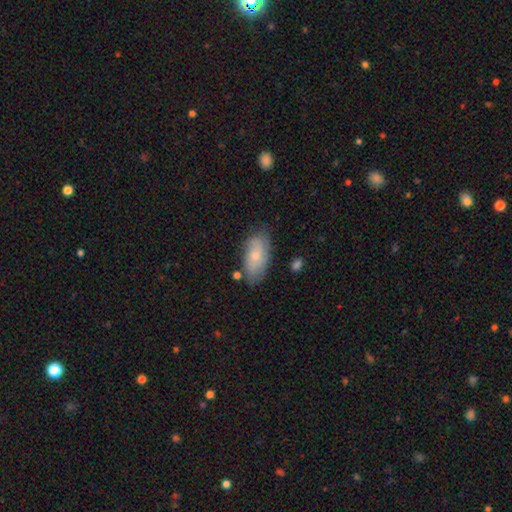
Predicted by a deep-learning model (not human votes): Morphology: type=smooth (67%); roundness=in between (91%); merging=none (69%).